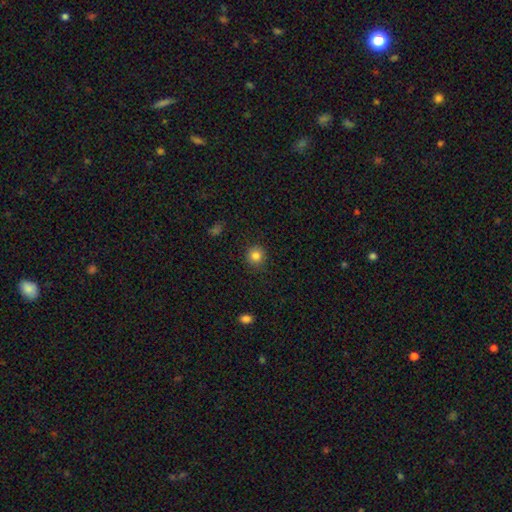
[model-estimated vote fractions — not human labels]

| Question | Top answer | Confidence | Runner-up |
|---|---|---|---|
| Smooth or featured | smooth | 83% | star or artifact (11%) |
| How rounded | round | 93% | in between (6%) |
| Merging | none | 90% | minor disturbance (7%) |